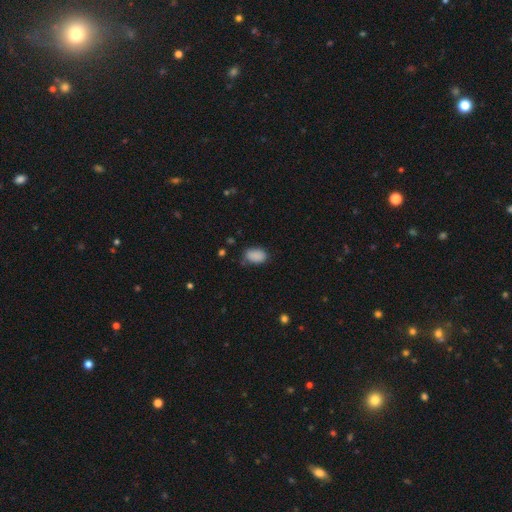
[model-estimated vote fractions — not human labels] Overall: smooth (88%). How rounded: in between (88%). Merging: none (73%).